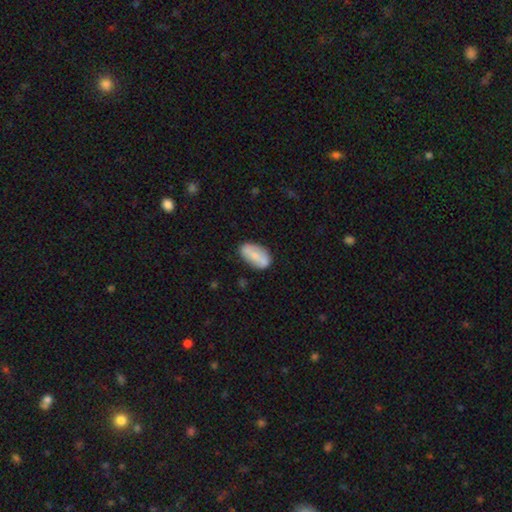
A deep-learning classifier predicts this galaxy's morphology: type=smooth (66%); roundness=in between (91%); merging=none (75%).